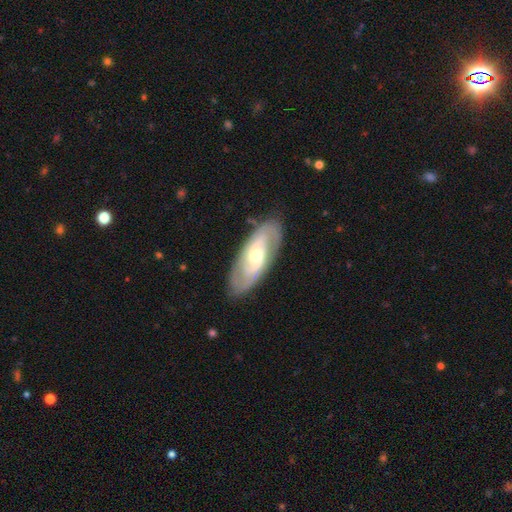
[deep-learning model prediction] smooth_or_featured: featured or disk (p=0.75) [alt: smooth p=0.20]
disk_edge_on: no (p=0.89) [alt: yes p=0.11]
bar: no (p=0.54) [alt: weak p=0.33]
has_spiral_arms: yes (p=0.81) [alt: no p=0.19]
spiral_winding: tight (p=0.49) [alt: medium p=0.36]
spiral_arm_count: 2 (p=0.68) [alt: can't tell p=0.22]
bulge_size: moderate (p=0.60) [alt: small p=0.34]
merging: none (p=0.84) [alt: minor disturbance p=0.11]